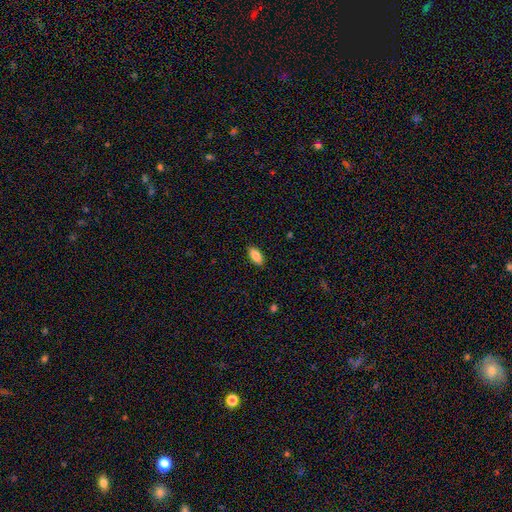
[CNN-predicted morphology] A smooth galaxy with no disk features (87%) that is in between round and cigar-shaped (90%).

Vote fractions:
- Smooth or featured? smooth: 87% / star or artifact: 7% / featured or disk: 6%
- How rounded? in between: 90% / cigar-shaped: 8% / round: 3%
- Merging? none: 88% / minor disturbance: 9% / major disturbance: 2% / merger: 1%